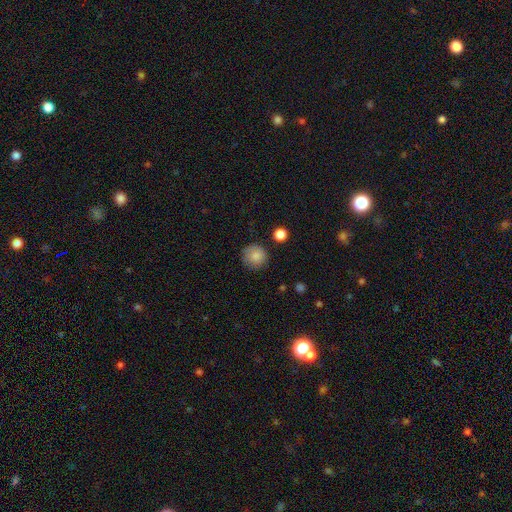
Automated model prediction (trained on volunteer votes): The model was most divided on "merging": none: 83%, minor disturbance: 12%, major disturbance: 3%, merger: 2%. More confident: how rounded — round (93%); smooth or featured — smooth (85%).